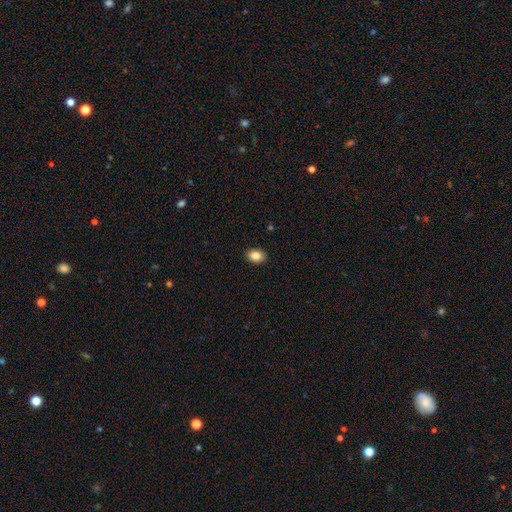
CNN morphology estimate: Smooth or featured: smooth — 86% (star or artifact — 8%)
How rounded: in between — 80% (round — 19%)
Merging: none — 90% (minor disturbance — 7%)